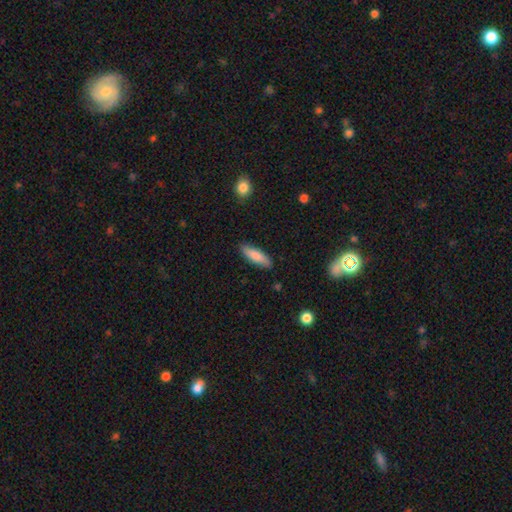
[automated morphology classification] A smooth galaxy with no disk features (82%) that is cigar-shaped (53%). Merging: none (87%).